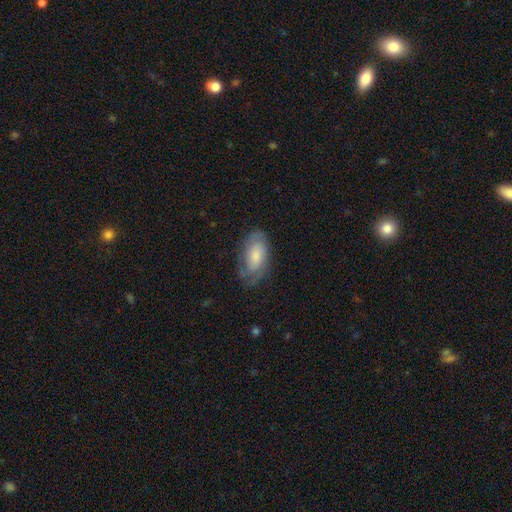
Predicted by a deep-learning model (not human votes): A smooth galaxy with no disk features (51%) that is in between round and cigar-shaped (92%).

Vote fractions:
- Smooth or featured? smooth: 51% / featured or disk: 42% / star or artifact: 7%
- How rounded? in between: 92% / cigar-shaped: 4% / round: 4%
- Merging? none: 65% / minor disturbance: 24% / major disturbance: 10% / merger: 1%